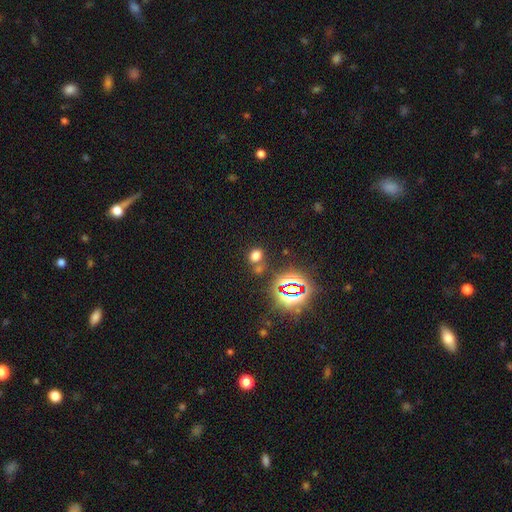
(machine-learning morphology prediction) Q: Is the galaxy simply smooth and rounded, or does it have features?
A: smooth — 62%.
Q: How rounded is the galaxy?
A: round — 57%.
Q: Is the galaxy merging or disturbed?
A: none — 65%.